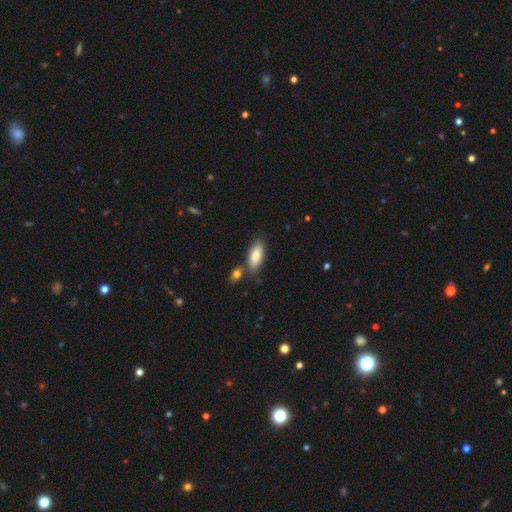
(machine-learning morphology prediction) smooth-or-featured: smooth: 83% | featured or disk: 11% | star or artifact: 6%
  how-rounded: in between: 82% | cigar-shaped: 15% | round: 2%
  merging: none: 71% | merger: 13% | minor disturbance: 13% | major disturbance: 3%